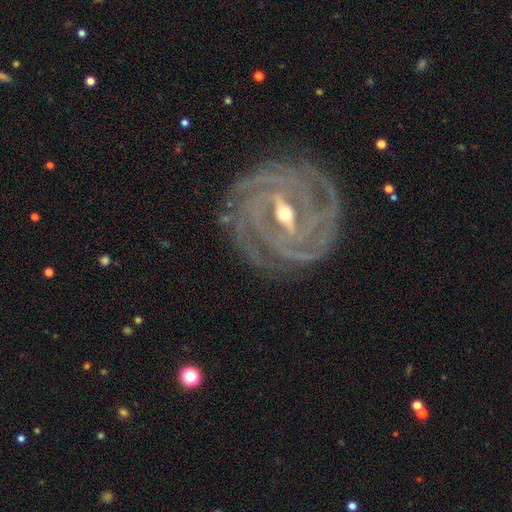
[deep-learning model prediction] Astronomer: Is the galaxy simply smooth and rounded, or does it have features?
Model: featured or disk — 92%.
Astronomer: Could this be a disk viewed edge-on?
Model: no — 96%.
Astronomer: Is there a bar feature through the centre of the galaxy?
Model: strong — 63%.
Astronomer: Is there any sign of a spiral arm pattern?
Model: yes — 98%.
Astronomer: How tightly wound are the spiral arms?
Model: tight — 84%.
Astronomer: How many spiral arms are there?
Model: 4 — 31% (runner-up: 3, 22%).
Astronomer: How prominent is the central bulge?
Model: moderate — 51% (runner-up: small, 45%).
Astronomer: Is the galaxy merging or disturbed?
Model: none — 81%.